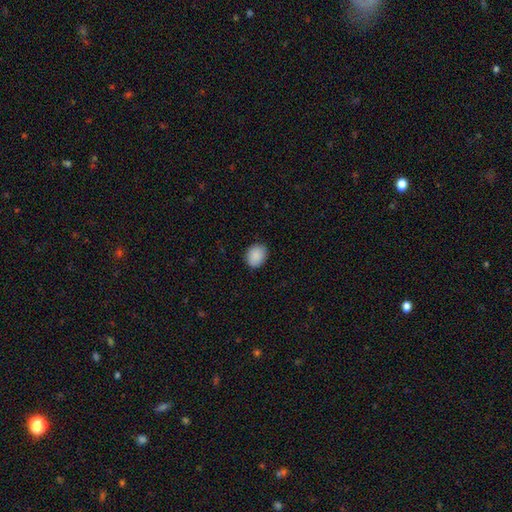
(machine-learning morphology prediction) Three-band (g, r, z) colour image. It shows a smooth galaxy with no disk features (89%) that is round (54%). Merging: none (85%).